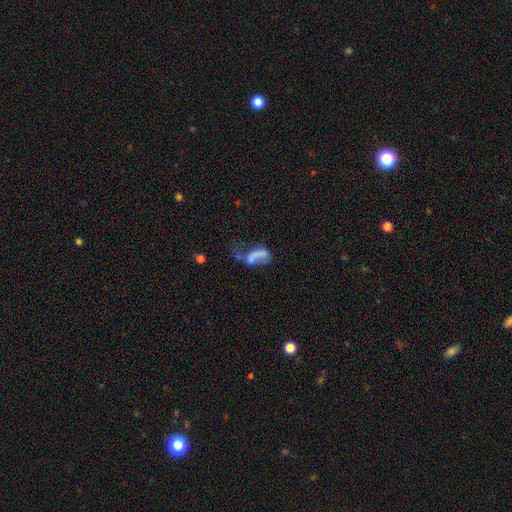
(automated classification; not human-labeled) A smooth galaxy with no disk features (51%) that is in between round and cigar-shaped (81%).

Vote fractions:
- Smooth or featured? smooth: 51% / featured or disk: 35% / star or artifact: 14%
- How rounded? in between: 81% / cigar-shaped: 10% / round: 9%
- Merging? major disturbance: 41% / merger: 26% / none: 19% / minor disturbance: 15%